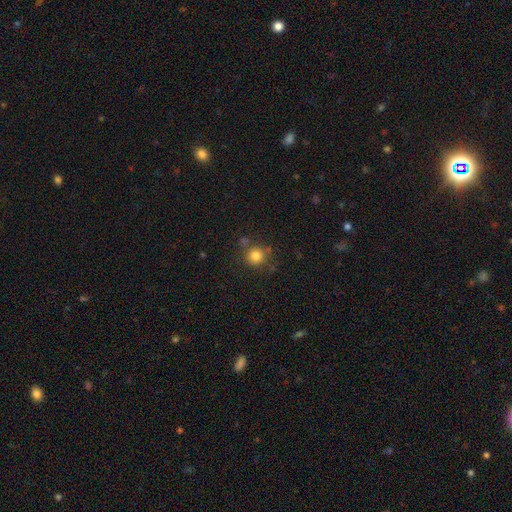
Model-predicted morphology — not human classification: Smooth or featured? smooth (81%)
How rounded? round (93%)
Merging? none (76%)